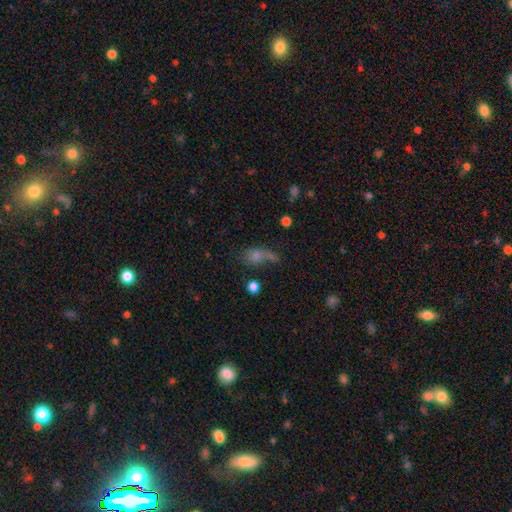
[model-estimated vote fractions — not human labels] smooth 65%, star or artifact 19%, featured or disk 16%. Down the decision tree: how rounded — in between (64%); merging — none (40%).